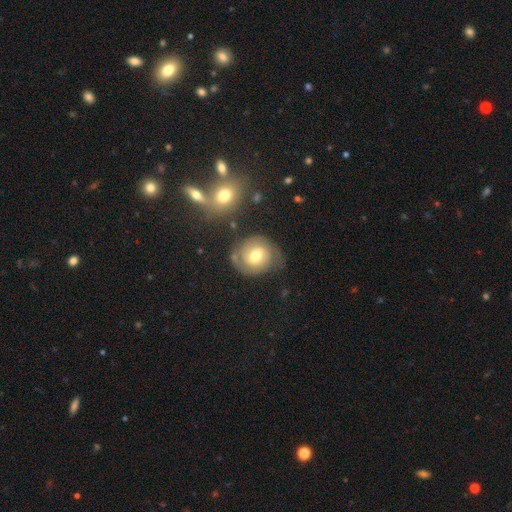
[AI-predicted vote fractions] This is likely a featured or disk galaxy (61%). It is clearly not viewed edge-on (97%). Bar: possibly weak (48%). Spiral arm pattern: clearly yes (85%). Spiral arm count: likely 2 (73%). Spiral winding: possibly tight (48%). Central bulge: likely moderate (71%). Merging: likely none (63%).